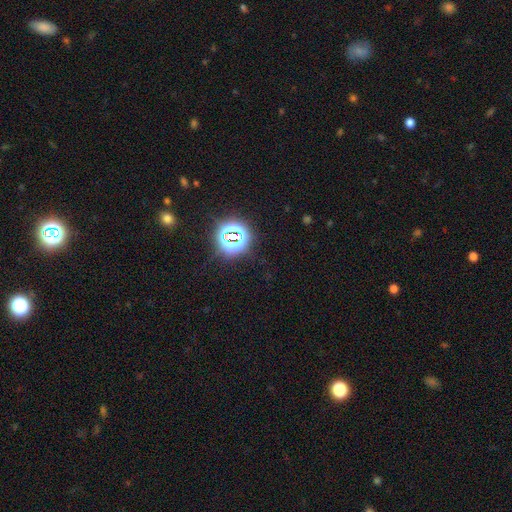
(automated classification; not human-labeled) star or artifact 80%, smooth 14%, featured or disk 6%.